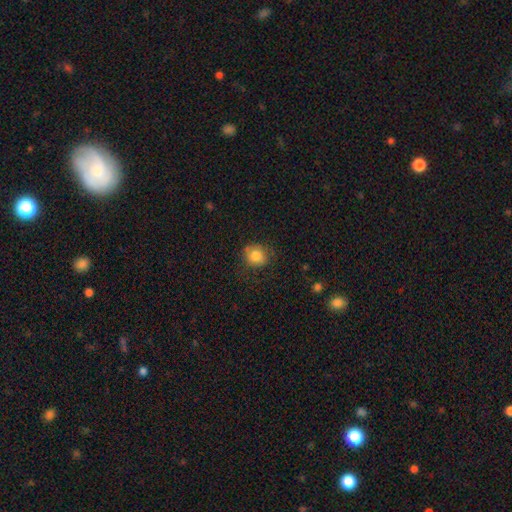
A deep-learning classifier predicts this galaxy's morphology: The model was most divided on "merging": none: 75%, minor disturbance: 18%, major disturbance: 6%, merger: 1%. More confident: smooth or featured — smooth (82%); how rounded — round (80%).